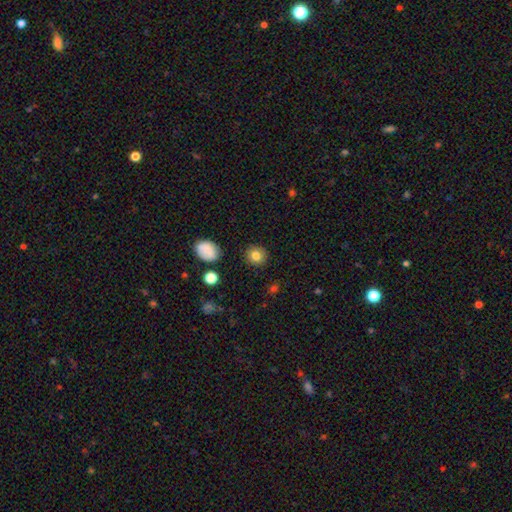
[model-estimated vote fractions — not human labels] A smooth galaxy with no disk features (82%) that is round (88%).

Vote fractions:
- Smooth or featured? smooth: 82% / star or artifact: 11% / featured or disk: 7%
- How rounded? round: 88% / in between: 11% / cigar-shaped: 1%
- Merging? none: 89% / minor disturbance: 7% / major disturbance: 2% / merger: 2%